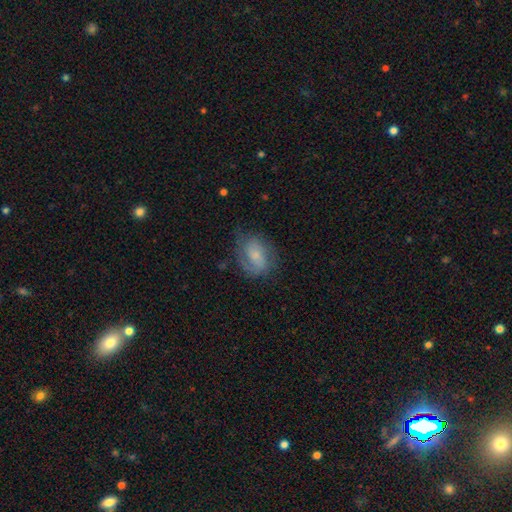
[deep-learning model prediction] Morphology: type=featured or disk (54%); edge-on=no (97%); bar=no (58%); spiral arms=yes (84%); bulge=small (44%); merging=none (61%).